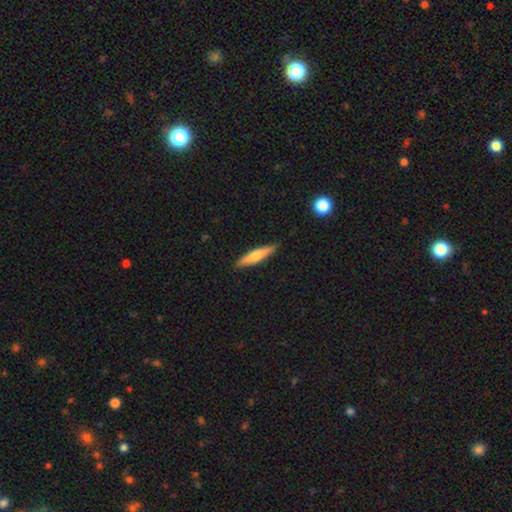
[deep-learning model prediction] Smooth or featured? smooth (62%)
How rounded? cigar-shaped (88%)
Merging? none (90%)